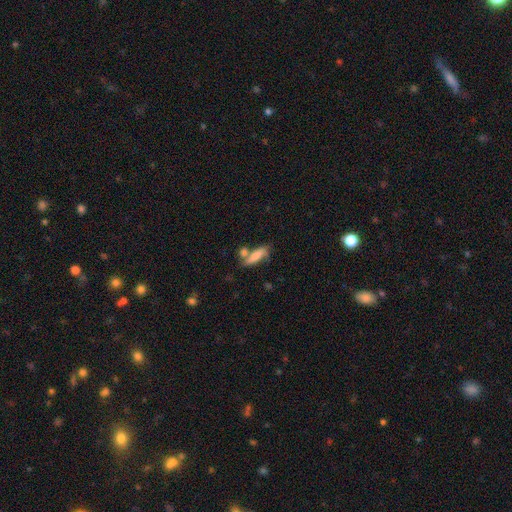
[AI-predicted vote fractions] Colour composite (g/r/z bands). It shows a smooth galaxy with no disk features (72%) that is in between round and cigar-shaped (48%, tied with cigar-shaped). Merging: none (47%).